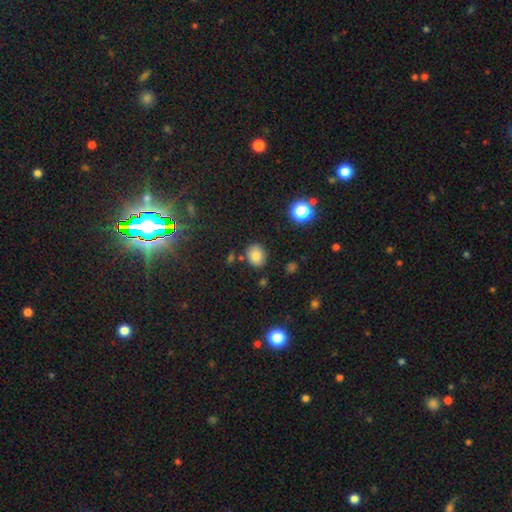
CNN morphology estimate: A smooth galaxy with no disk features (81%) that is round (58%).

Vote fractions:
- Smooth or featured? smooth: 81% / star or artifact: 12% / featured or disk: 6%
- How rounded? round: 58% / in between: 41% / cigar-shaped: 1%
- Merging? none: 82% / minor disturbance: 11% / merger: 4% / major disturbance: 3%